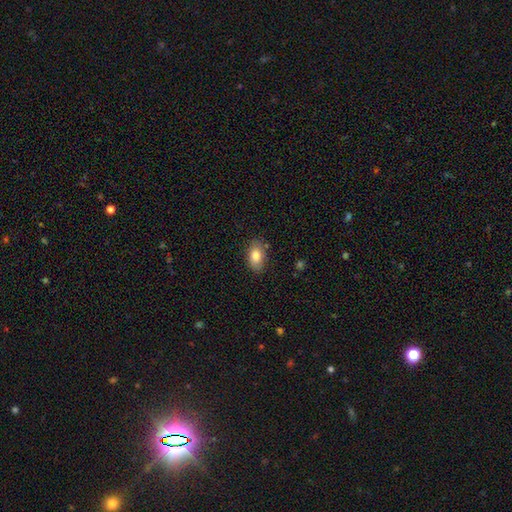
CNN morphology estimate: Smooth or featured? smooth (83%)
How rounded? in between (91%)
Merging? none (80%)